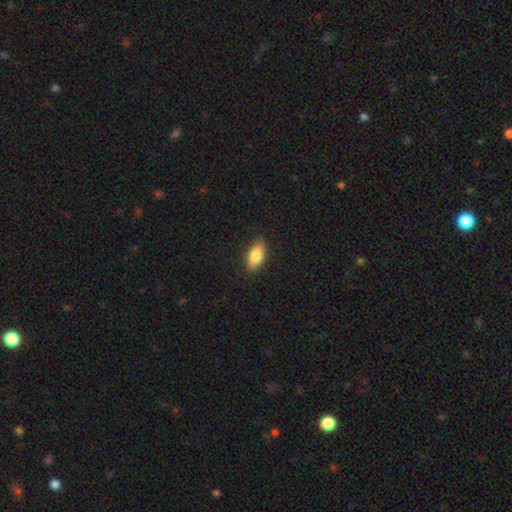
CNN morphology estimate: type=smooth (85%); roundness=in between (90%); merging=none (87%).